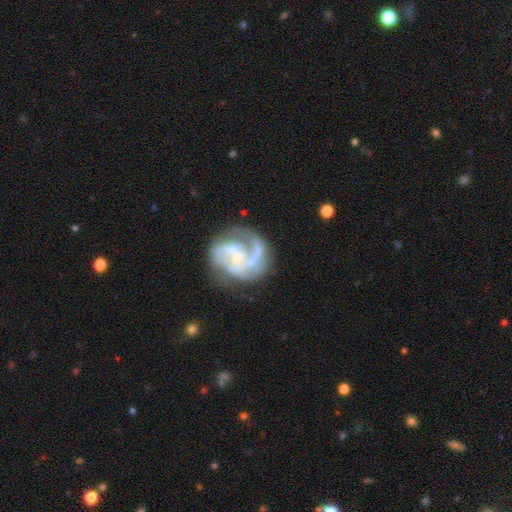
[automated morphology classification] This appears to be a featured or disk galaxy (83%) with no bar (51%), 2 (30%) medium (45%) spiral arms (89%) and a small central bulge (39%). Merging: none (46%).